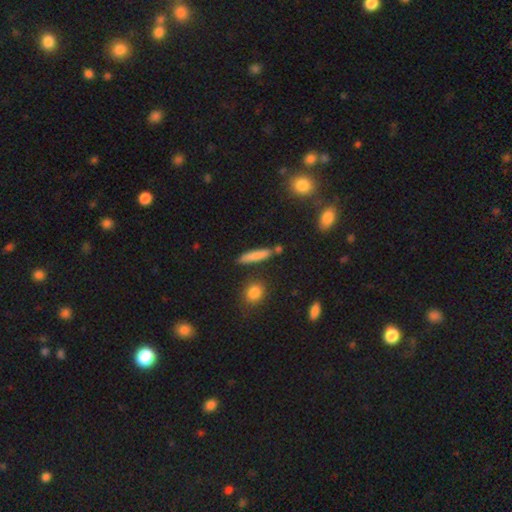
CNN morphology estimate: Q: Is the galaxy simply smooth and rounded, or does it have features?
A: smooth — 79%.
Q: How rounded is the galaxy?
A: cigar-shaped — 85%.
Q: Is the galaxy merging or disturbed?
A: none — 81%.